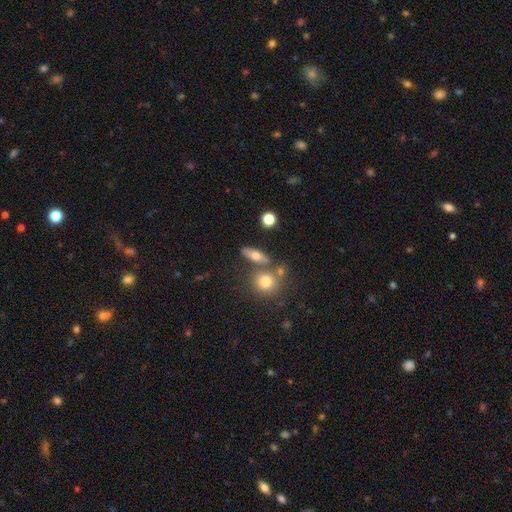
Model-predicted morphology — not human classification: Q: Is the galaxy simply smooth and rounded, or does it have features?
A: smooth — 65%.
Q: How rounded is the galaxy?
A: in between — 51%.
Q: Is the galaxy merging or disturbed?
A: none — 71%.